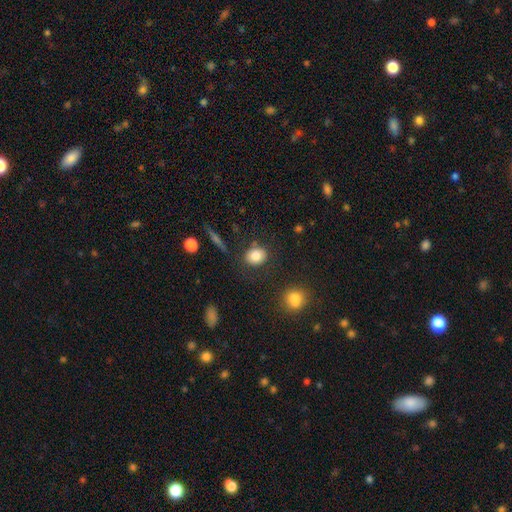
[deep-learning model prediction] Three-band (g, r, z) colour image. It shows a smooth galaxy with no disk features (82%) that is round (58%). Merging: none (81%).